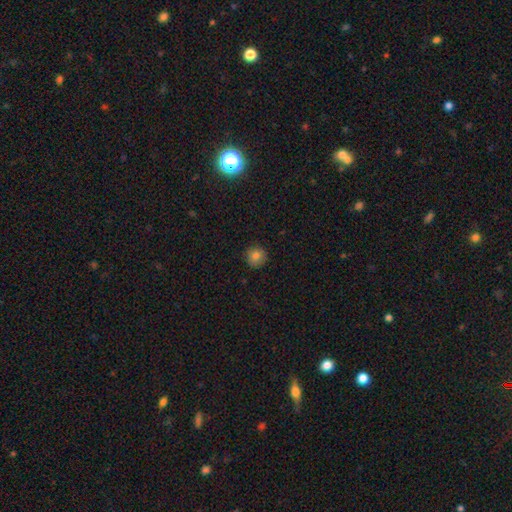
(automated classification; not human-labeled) Q: Smooth or featured?
A: smooth (83%); runner-up: star or artifact (11%)
Q: How rounded?
A: round (93%); runner-up: in between (6%)
Q: Merging?
A: none (86%); runner-up: minor disturbance (11%)